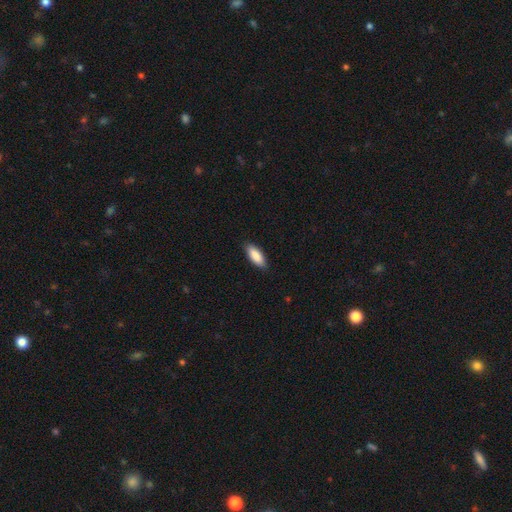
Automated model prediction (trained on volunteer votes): smooth 89%, featured or disk 6%, star or artifact 6%. Down the decision tree: how rounded — in between (79%); merging — none (88%).